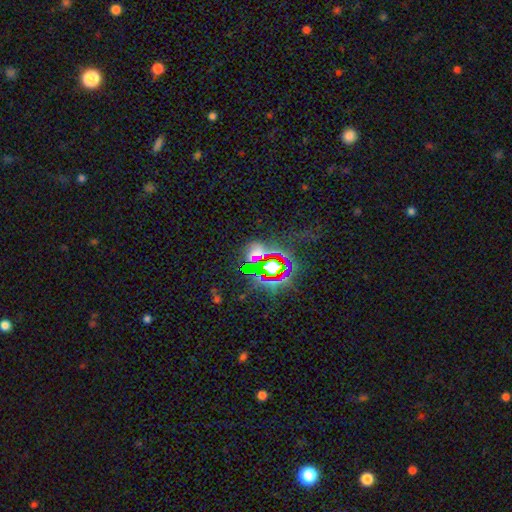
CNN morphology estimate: This appears to be a star or artifact, not a galaxy (68%).